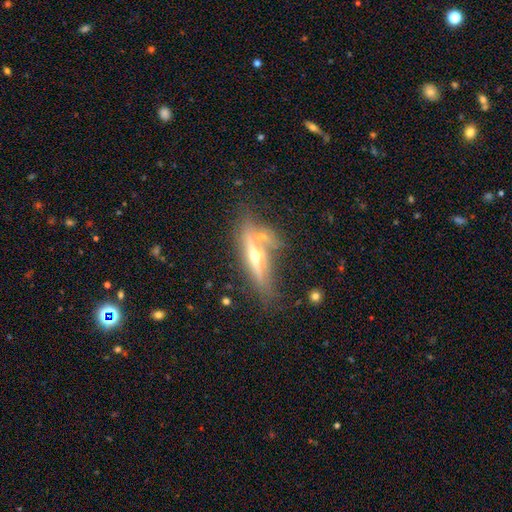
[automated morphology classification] Smooth or featured? featured or disk (72%)
Edge-on disk? yes (91%)
Edge-on bulge? rounded (94%)
Merging? none (58%)